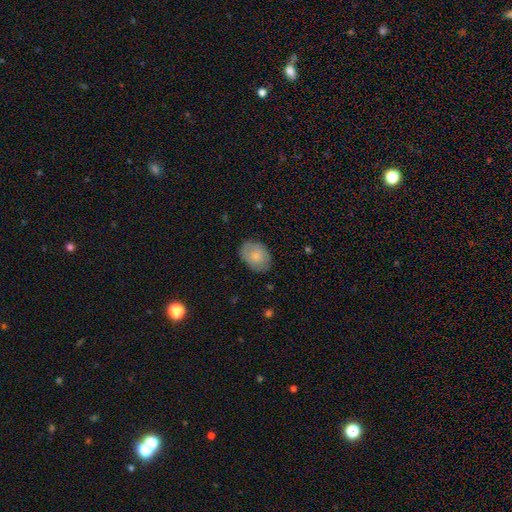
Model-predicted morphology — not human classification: A smooth galaxy with no disk features (74%) that is in between round and cigar-shaped (77%).

Vote fractions:
- Smooth or featured? smooth: 74% / featured or disk: 20% / star or artifact: 6%
- How rounded? in between: 77% / round: 22% / cigar-shaped: 1%
- Merging? none: 79% / minor disturbance: 17% / major disturbance: 4% / merger: 1%